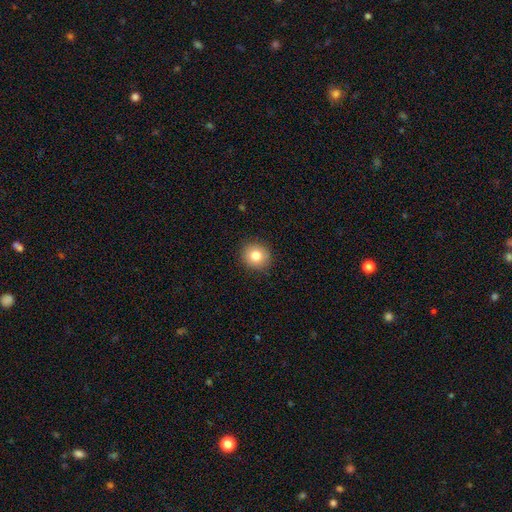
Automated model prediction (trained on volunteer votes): This is clearly a smooth galaxy (81%). How rounded: clearly round (88%). Merging: clearly none (90%).